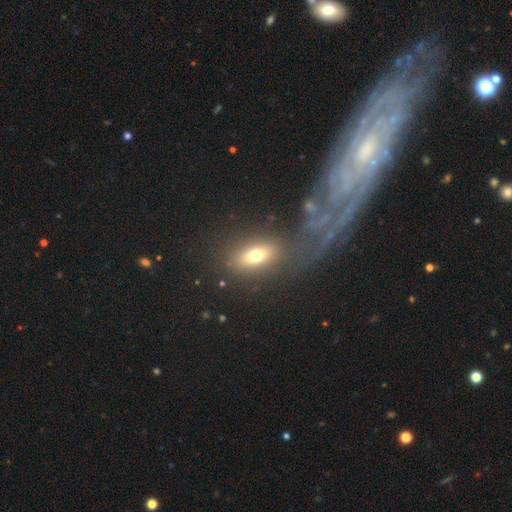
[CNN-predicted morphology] smooth_or_featured: smooth (p=0.69) [alt: featured or disk p=0.19]
how_rounded: in between (p=0.76) [alt: round p=0.15]
merging: none (p=0.62) [alt: minor disturbance p=0.13]